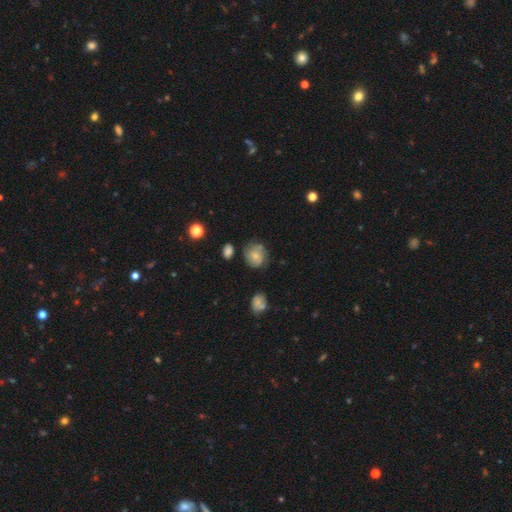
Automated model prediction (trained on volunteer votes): Smooth or featured? smooth (58%)
How rounded? round (72%)
Merging? none (64%)